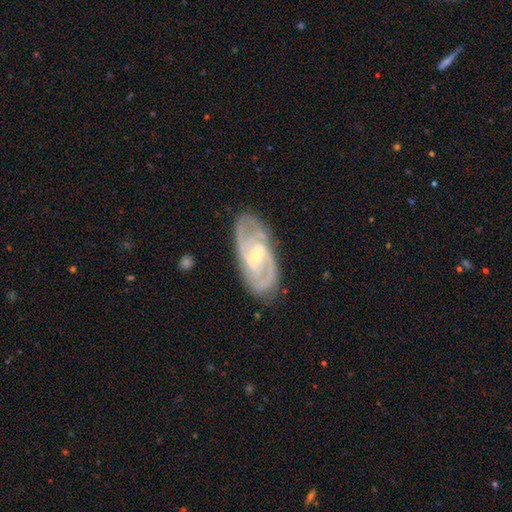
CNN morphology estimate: The model was most divided on "spiral winding": medium: 45%, tight: 44%, loose: 11%. Remaining: edge-on disk — no (94%); spiral arms — yes (94%); smooth or featured — featured or disk (86%); merging — none (78%); spiral arm count — 2 (64%); bulge size — small (58%); bar — weak (49%).